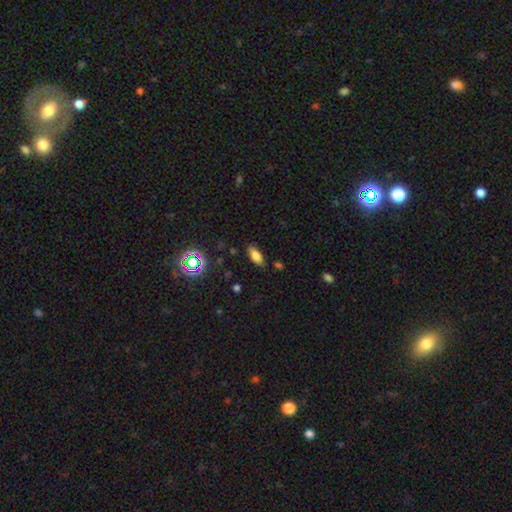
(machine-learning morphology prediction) This is likely a smooth galaxy (78%). How rounded: clearly in between (84%). Merging: clearly none (83%).